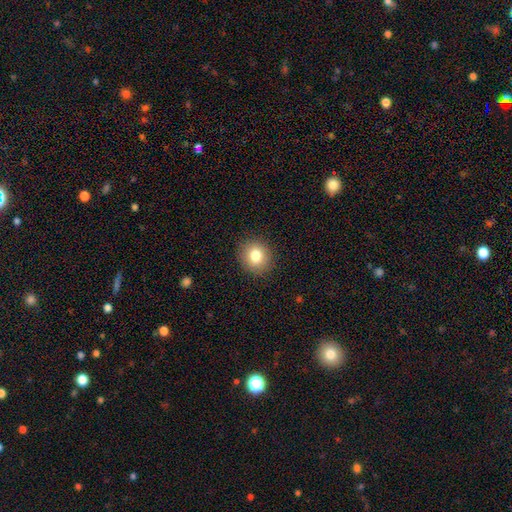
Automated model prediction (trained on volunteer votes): This is clearly a smooth galaxy (81%). How rounded: likely round (80%). Merging: clearly none (90%).